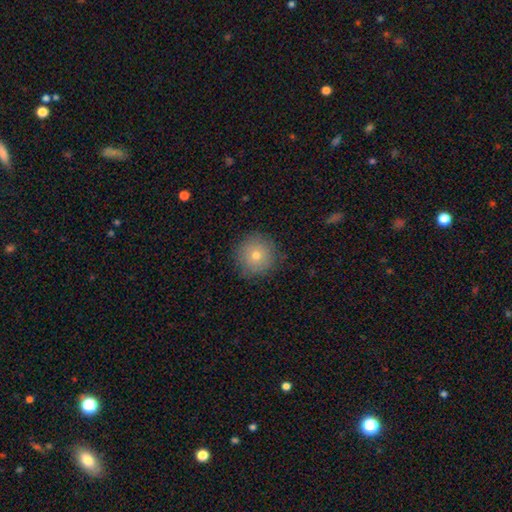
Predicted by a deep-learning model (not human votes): This is likely a smooth galaxy (75%). How rounded: clearly round (95%). Merging: clearly none (88%).